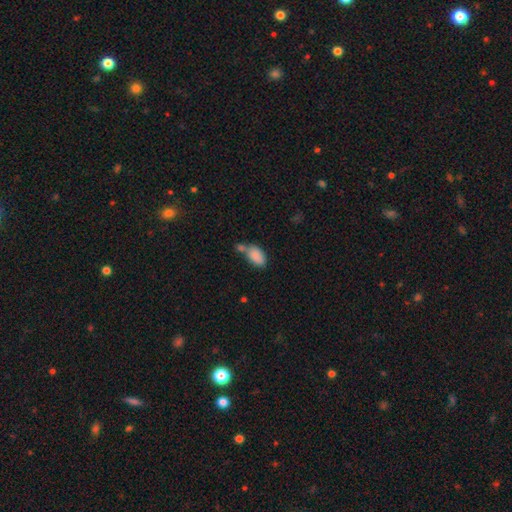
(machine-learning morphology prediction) smooth 85%, star or artifact 8%, featured or disk 7%. Down the decision tree: how rounded — in between (93%); merging — none (41%).